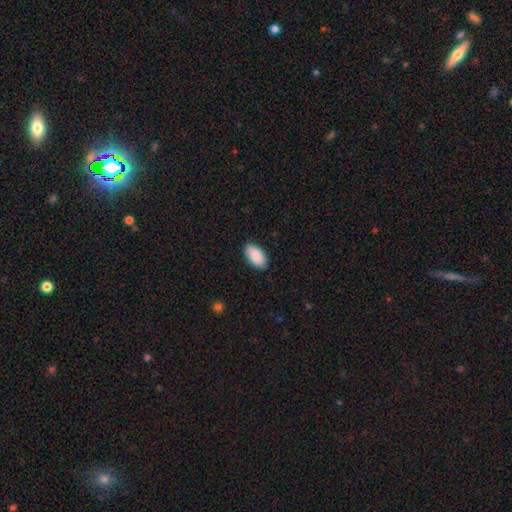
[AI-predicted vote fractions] Overall: smooth (90%). How rounded: in between (95%). Merging: none (88%).